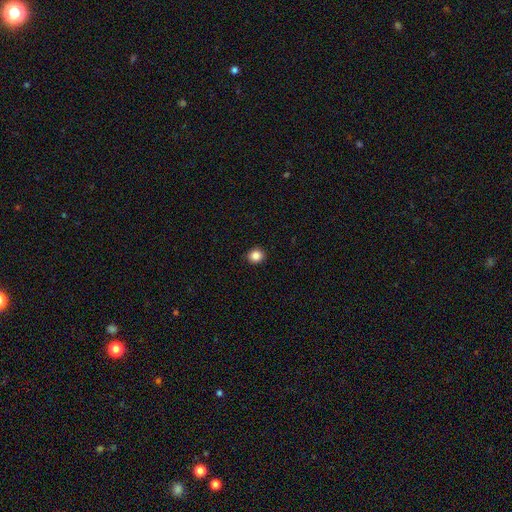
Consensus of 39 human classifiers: Overall: smooth (90%). How rounded: round (97%). Merging: none (94%).